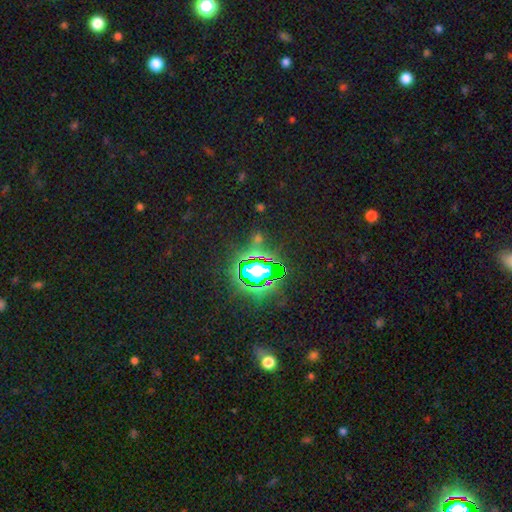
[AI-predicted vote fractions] This appears to be a star or artifact, not a galaxy (84%).